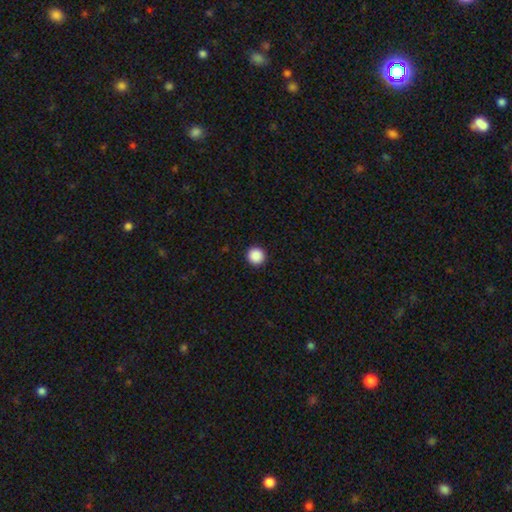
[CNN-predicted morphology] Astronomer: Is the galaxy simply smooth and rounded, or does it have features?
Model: smooth — 89%.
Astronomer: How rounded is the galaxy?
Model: round — 95%.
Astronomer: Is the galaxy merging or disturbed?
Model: none — 93%.